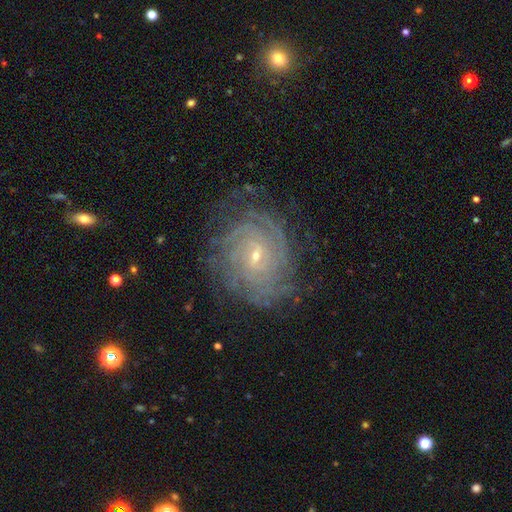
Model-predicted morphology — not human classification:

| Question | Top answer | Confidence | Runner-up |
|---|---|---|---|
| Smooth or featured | featured or disk | 86% | star or artifact (7%) |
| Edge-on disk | no | 97% | yes (3%) |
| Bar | no | 48% | weak (42%) |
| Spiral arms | yes | 97% | no (3%) |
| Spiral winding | tight | 80% | medium (17%) |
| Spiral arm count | can't tell | 35% | 4 (19%) |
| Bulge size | small | 79% | moderate (17%) |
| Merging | none | 77% | minor disturbance (16%) |